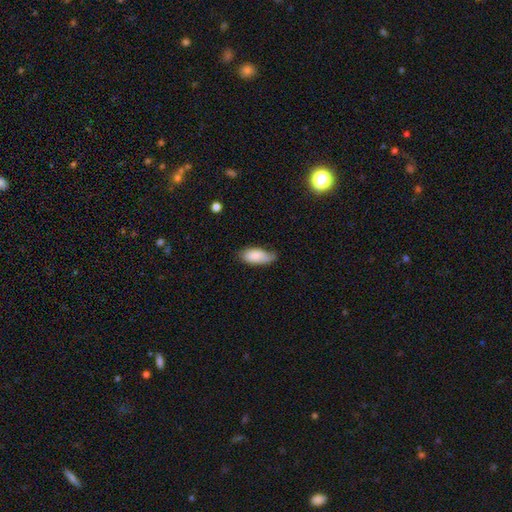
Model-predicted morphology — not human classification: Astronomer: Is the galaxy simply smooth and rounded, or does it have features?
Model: smooth — 81%.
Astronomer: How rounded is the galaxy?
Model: in between — 89%.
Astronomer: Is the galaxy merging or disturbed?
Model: none — 52% (runner-up: minor disturbance, 36%).